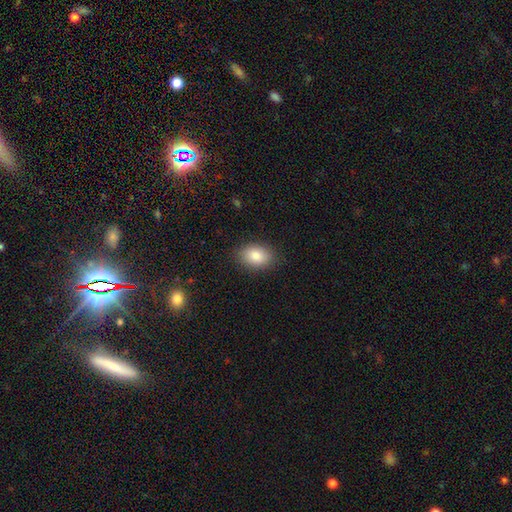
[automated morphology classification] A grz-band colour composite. It shows a smooth galaxy with no disk features (85%) that is in between round and cigar-shaped (82%). Merging: none (87%).